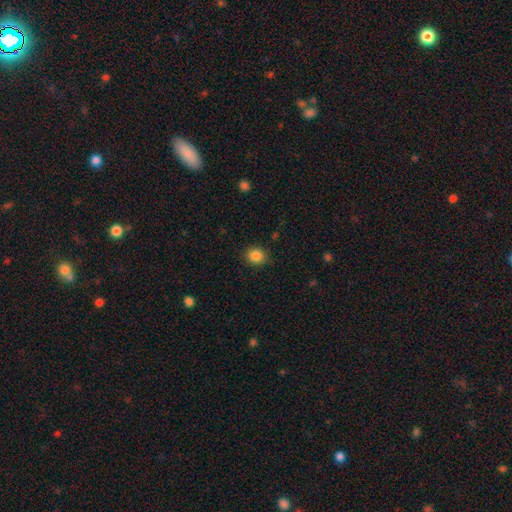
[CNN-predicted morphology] Smooth or featured? Predicted: smooth (p=0.86). How rounded? Predicted: round (p=0.73). Merging? Predicted: none (p=0.88).